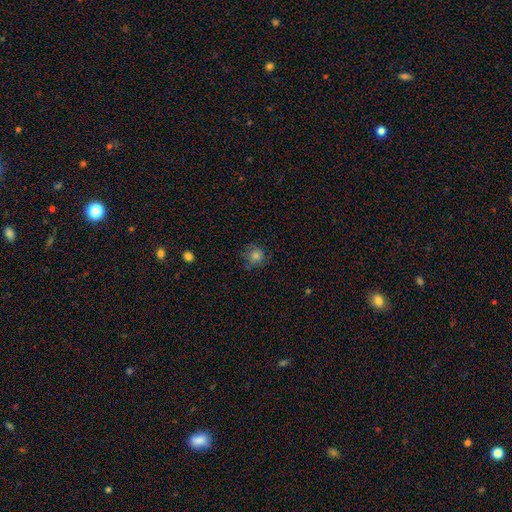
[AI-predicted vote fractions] Overall: smooth (80%). How rounded: round (89%). Merging: none (77%).